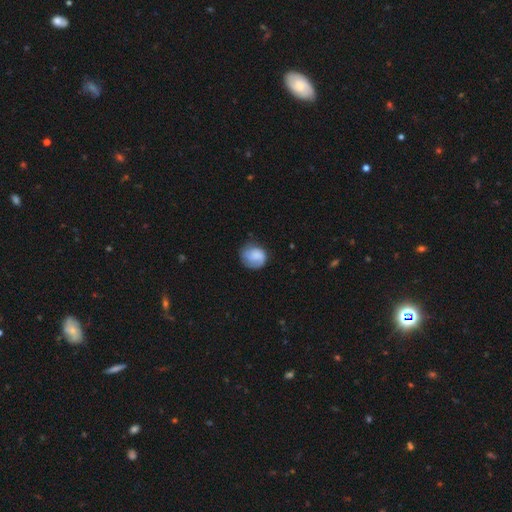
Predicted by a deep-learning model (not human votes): A smooth galaxy with no disk features (71%) that is round (74%). Merging: none (60%).